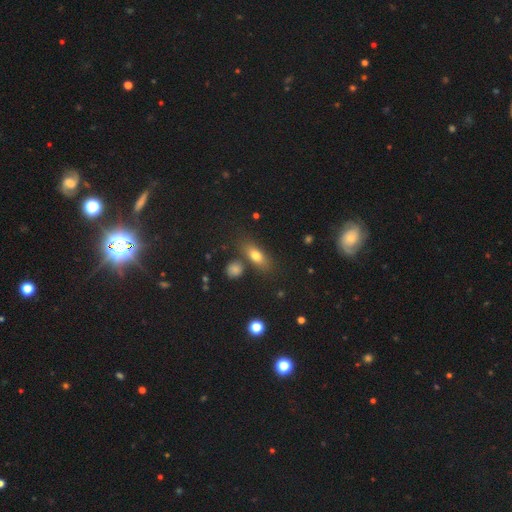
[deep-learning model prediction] Smooth or featured? Predicted: smooth (p=0.73). How rounded? Predicted: in between (p=0.70). Merging? Predicted: none (p=0.74).